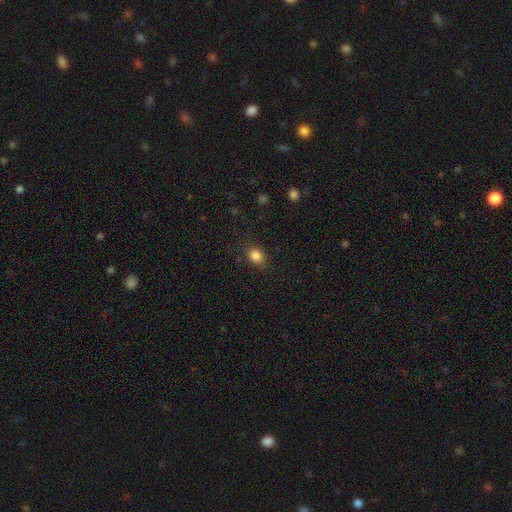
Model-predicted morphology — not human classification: smooth-or-featured: smooth: 85% | star or artifact: 11% | featured or disk: 5%
  how-rounded: in between: 50% | round: 48% | cigar-shaped: 1%
  merging: none: 84% | minor disturbance: 11% | major disturbance: 4% | merger: 1%